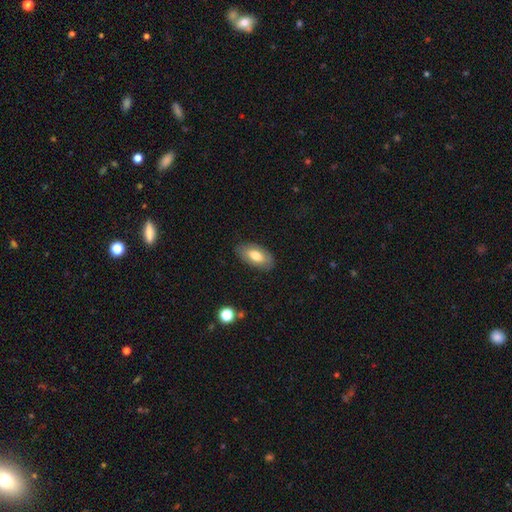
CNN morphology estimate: smooth 72%, featured or disk 21%, star or artifact 6%. Down the decision tree: how rounded — in between (93%); merging — none (84%).